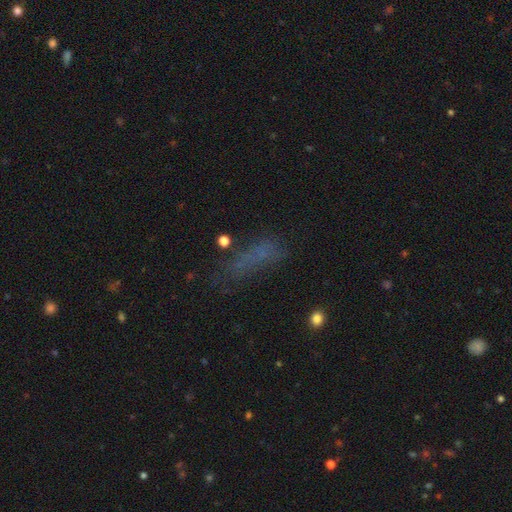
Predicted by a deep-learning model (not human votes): smooth-or-featured: smooth: 54% | star or artifact: 28% | featured or disk: 18%
  how-rounded: cigar-shaped: 50% | in between: 44% | round: 6%
  merging: none: 49% | minor disturbance: 23% | major disturbance: 23% | merger: 6%